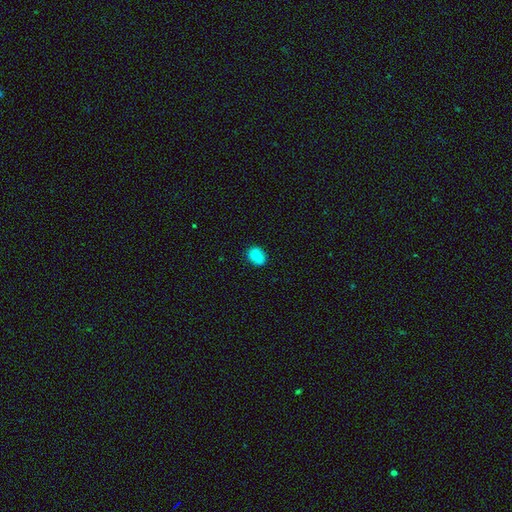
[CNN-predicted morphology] smooth_or_featured: smooth (p=0.83) [alt: star or artifact p=0.09]
how_rounded: in between (p=0.52) [alt: round p=0.47]
merging: none (p=0.81) [alt: minor disturbance p=0.15]